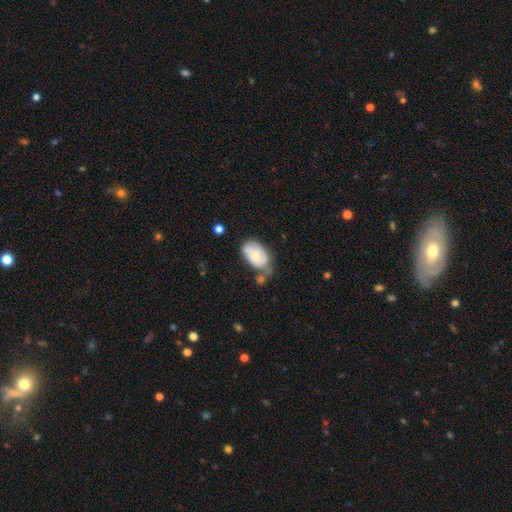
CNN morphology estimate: smooth 57%, featured or disk 36%, star or artifact 6%. Down the decision tree: how rounded — in between (91%); merging — none (41%).